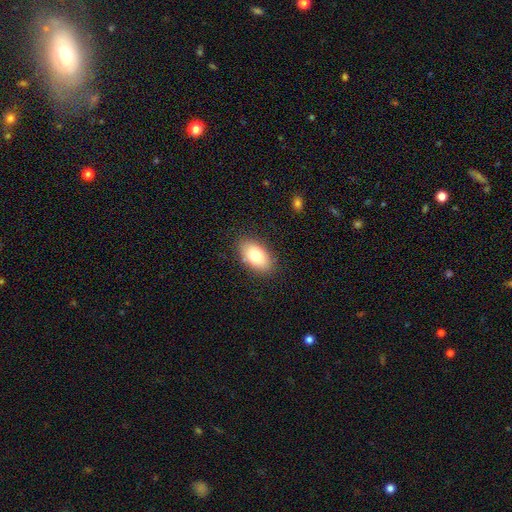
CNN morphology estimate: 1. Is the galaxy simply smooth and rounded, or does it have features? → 80% smooth, 13% featured or disk, 7% star or artifact.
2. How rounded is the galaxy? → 93% in between, 5% round, 2% cigar-shaped.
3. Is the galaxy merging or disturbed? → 85% none, 11% minor disturbance, 3% major disturbance, 1% merger.